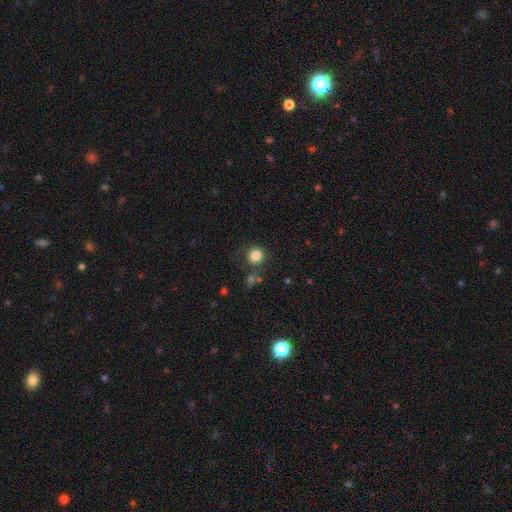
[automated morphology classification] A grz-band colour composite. It shows a smooth galaxy with no disk features (83%) that is round (90%). Merging: none (82%).